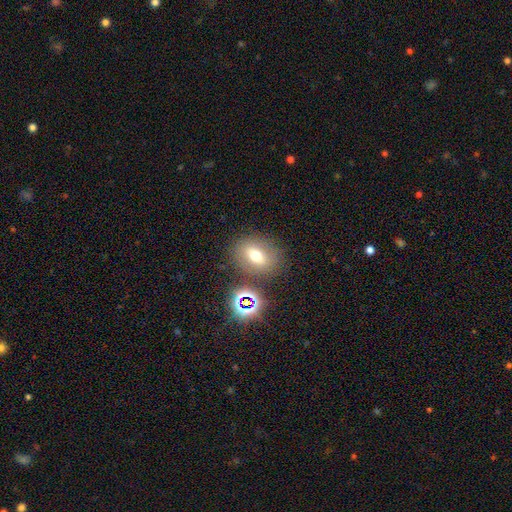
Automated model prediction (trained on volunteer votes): Smooth or featured? Predicted: smooth (p=0.60). How rounded? Predicted: in between (p=0.61). Merging? Predicted: none (p=0.77).